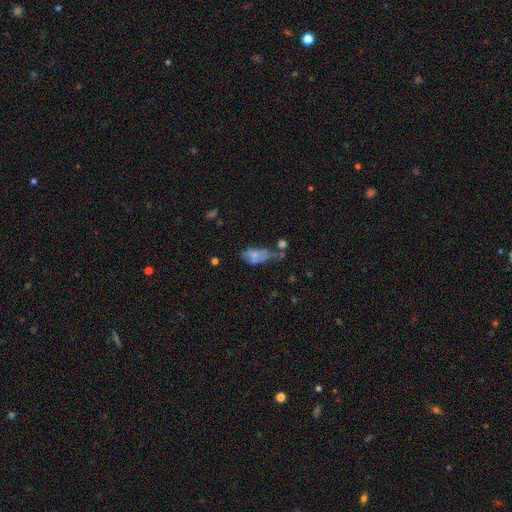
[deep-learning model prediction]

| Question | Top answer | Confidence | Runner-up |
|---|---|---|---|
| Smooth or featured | smooth | 55% | featured or disk (33%) |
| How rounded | in between | 85% | cigar-shaped (10%) |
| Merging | major disturbance | 29% | merger (26%) |